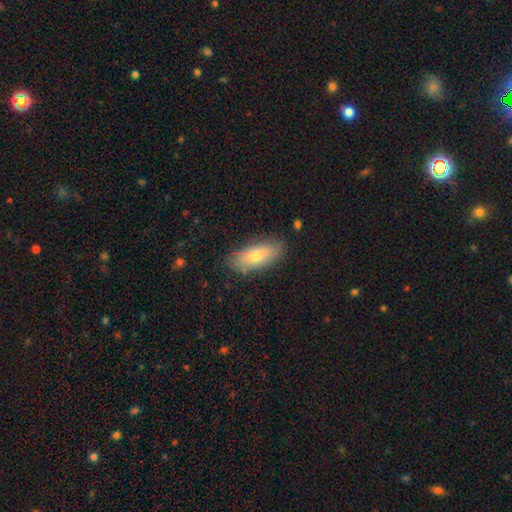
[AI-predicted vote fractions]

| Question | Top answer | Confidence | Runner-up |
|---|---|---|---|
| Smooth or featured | smooth | 72% | featured or disk (21%) |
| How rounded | in between | 79% | cigar-shaped (18%) |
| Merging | none | 84% | minor disturbance (12%) |